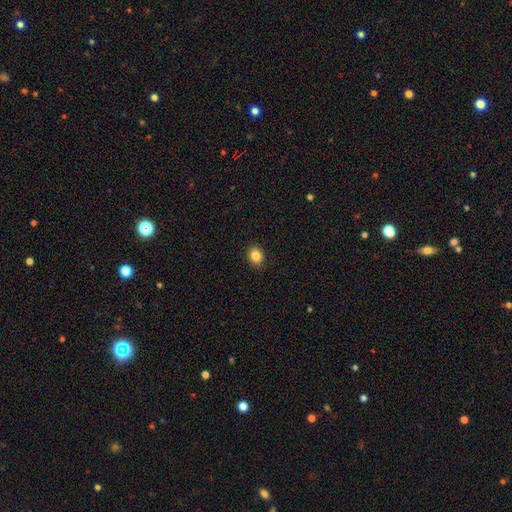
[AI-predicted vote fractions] smooth-or-featured: smooth: 85% | star or artifact: 10% | featured or disk: 5%
  how-rounded: round: 55% | in between: 44% | cigar-shaped: 1%
  merging: none: 91% | minor disturbance: 7% | major disturbance: 2% | merger: 1%